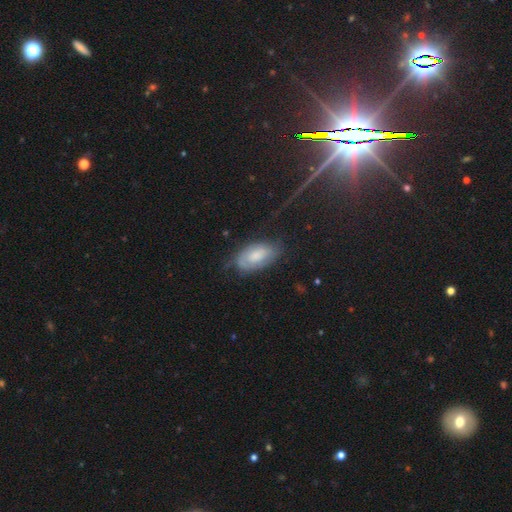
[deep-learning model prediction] This appears to be a smooth galaxy with no disk features (47%). Merging: none (61%).